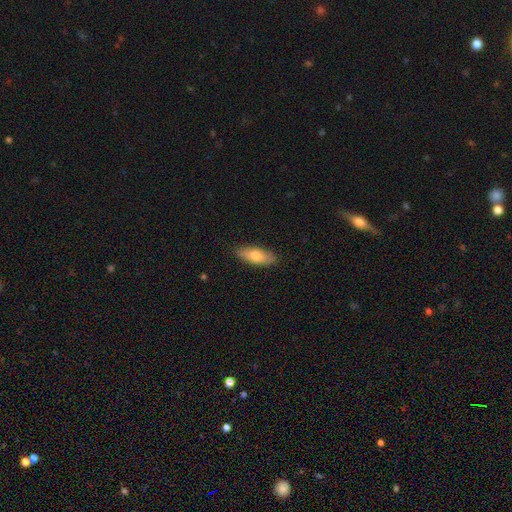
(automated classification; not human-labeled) A smooth galaxy with no disk features (70%) that is in between round and cigar-shaped (65%).

Vote fractions:
- Smooth or featured? smooth: 70% / featured or disk: 24% / star or artifact: 6%
- How rounded? in between: 65% / cigar-shaped: 32% / round: 3%
- Merging? none: 88% / minor disturbance: 9% / major disturbance: 2% / merger: 1%